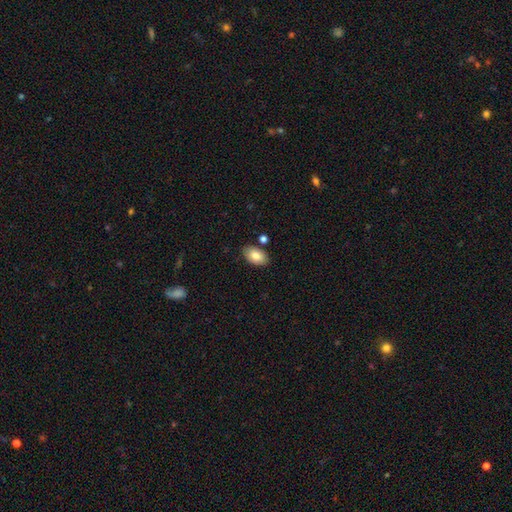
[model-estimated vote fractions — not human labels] Smooth or featured?
  - smooth: 82% *
  - featured or disk: 11%
  - star or artifact: 7%
How rounded?
  - in between: 93% *
  - round: 6%
  - cigar-shaped: 1%
Merging?
  - none: 82% *
  - minor disturbance: 10%
  - merger: 5%
  - major disturbance: 2%